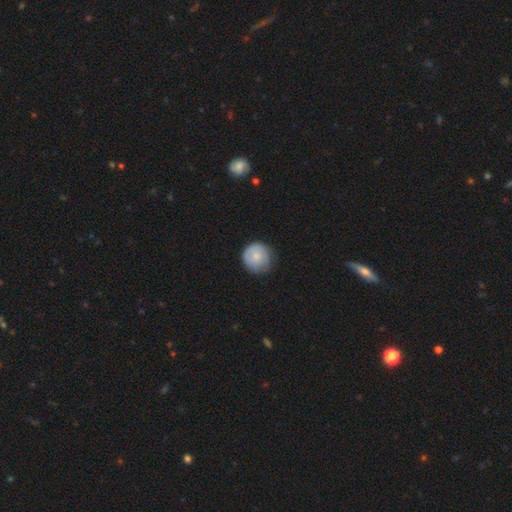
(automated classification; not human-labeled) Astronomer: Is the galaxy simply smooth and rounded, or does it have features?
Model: smooth — 77%.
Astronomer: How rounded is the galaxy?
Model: round — 93%.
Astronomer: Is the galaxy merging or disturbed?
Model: none — 74%.